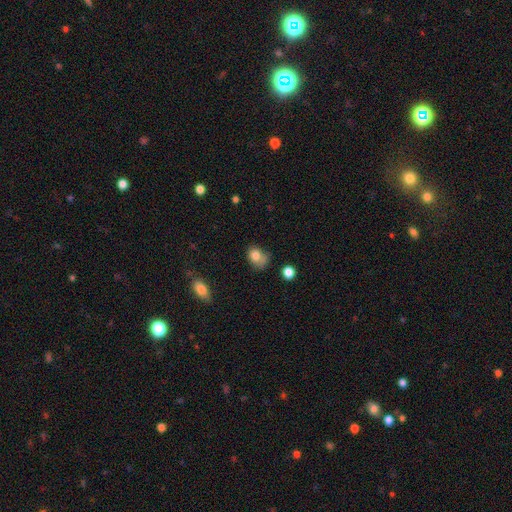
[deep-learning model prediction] Smooth or featured?
  - smooth: 79% *
  - featured or disk: 11%
  - star or artifact: 11%
How rounded?
  - in between: 57% *
  - round: 42%
  - cigar-shaped: 1%
Merging?
  - none: 38% *
  - minor disturbance: 34%
  - major disturbance: 18%
  - merger: 10%